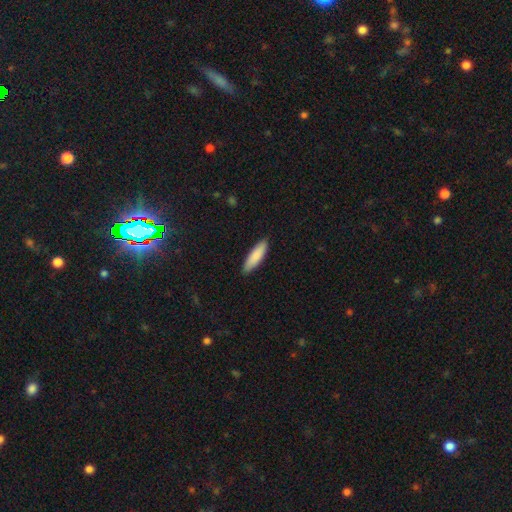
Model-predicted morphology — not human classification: Smooth or featured: smooth — 86% (featured or disk — 8%)
How rounded: cigar-shaped — 57% (in between — 42%)
Merging: none — 88% (minor disturbance — 9%)